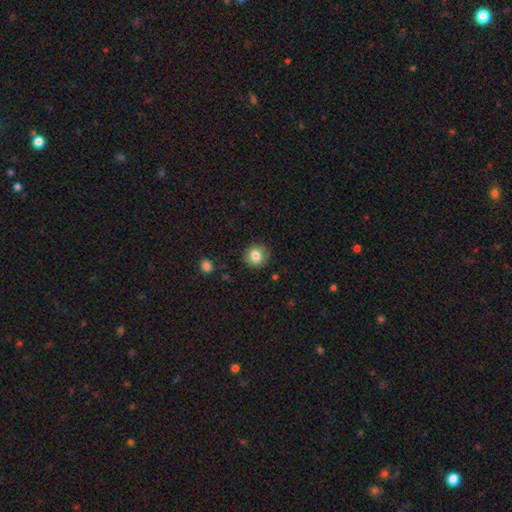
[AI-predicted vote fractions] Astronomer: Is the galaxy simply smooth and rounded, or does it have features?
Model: smooth — 81%.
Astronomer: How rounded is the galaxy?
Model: round — 83%.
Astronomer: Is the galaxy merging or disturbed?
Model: none — 83%.